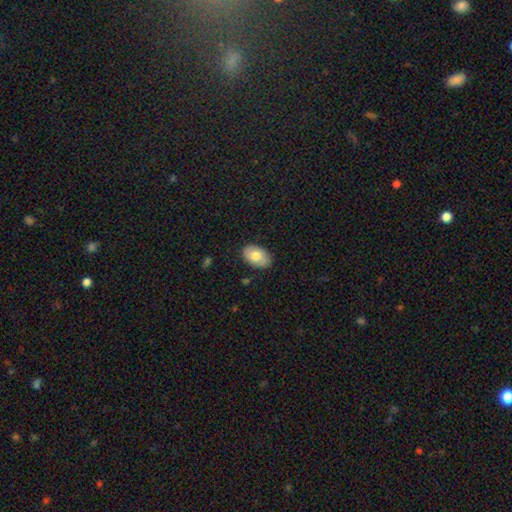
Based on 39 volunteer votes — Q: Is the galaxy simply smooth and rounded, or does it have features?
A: smooth — 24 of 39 (62%).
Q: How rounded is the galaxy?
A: in between — 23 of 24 (96%).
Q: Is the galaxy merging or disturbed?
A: none — 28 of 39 (72%).